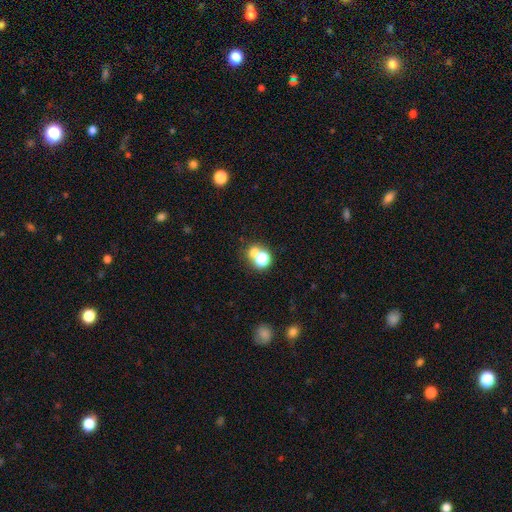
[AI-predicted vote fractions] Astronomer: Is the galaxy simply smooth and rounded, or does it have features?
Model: smooth — 63%.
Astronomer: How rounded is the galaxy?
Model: round — 76%.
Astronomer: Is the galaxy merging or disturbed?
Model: none — 47% (runner-up: merger, 41%).